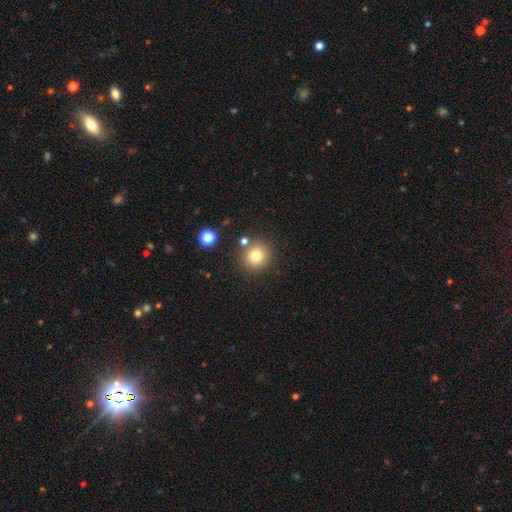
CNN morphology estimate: Q: Smooth or featured?
A: smooth (79%); runner-up: star or artifact (13%)
Q: How rounded?
A: round (93%); runner-up: in between (6%)
Q: Merging?
A: none (82%); runner-up: merger (8%)